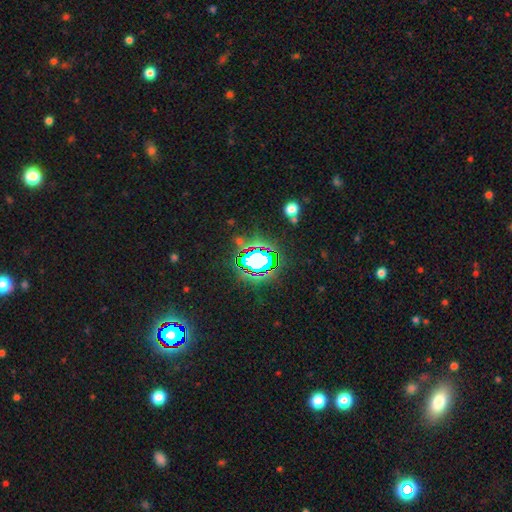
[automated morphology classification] smooth_or_featured: star or artifact (p=0.78) [alt: smooth p=0.13]